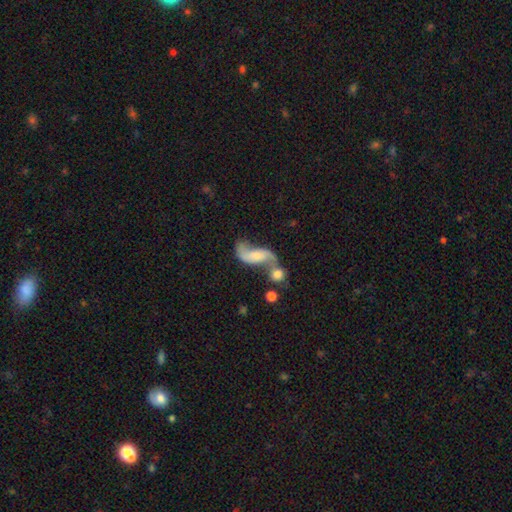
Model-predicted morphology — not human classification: Smooth or featured? Predicted: featured or disk (p=0.73). Edge-on disk? Predicted: no (p=0.94). Bar? Predicted: no (p=0.54). Spiral arms? Predicted: yes (p=0.88). Spiral winding? Predicted: loose (p=0.84). Spiral arm count? Predicted: 2 (p=0.90). Bulge size? Predicted: small (p=0.44). Merging? Predicted: merger (p=0.49).